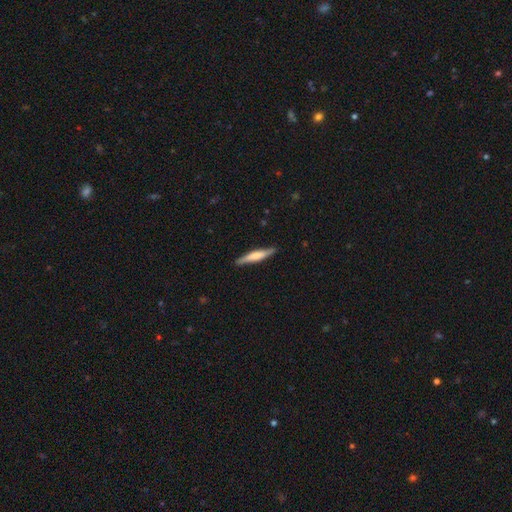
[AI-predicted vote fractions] Overall: smooth (51%; featured or disk 43%). How rounded: cigar-shaped (91%). Merging: none (87%).